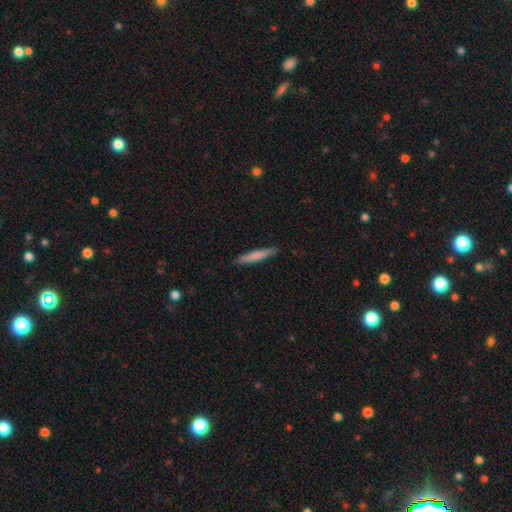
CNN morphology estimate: Smooth or featured?
  - smooth: 73% *
  - featured or disk: 21%
  - star or artifact: 5%
How rounded?
  - cigar-shaped: 94% *
  - in between: 5%
  - round: 1%
Merging?
  - none: 90% *
  - minor disturbance: 7%
  - major disturbance: 1%
  - merger: 1%